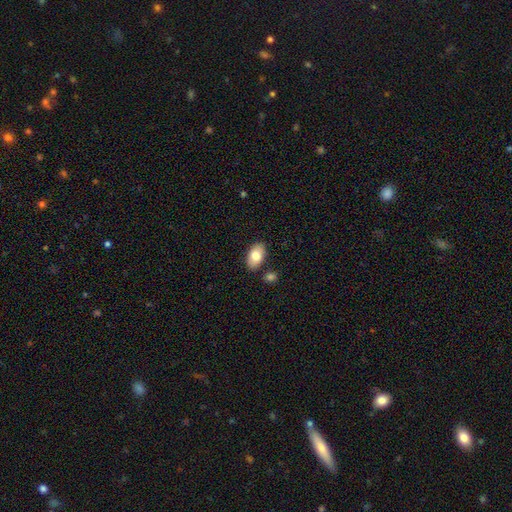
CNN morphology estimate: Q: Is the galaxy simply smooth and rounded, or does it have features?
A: smooth — 79%.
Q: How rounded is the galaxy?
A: in between — 93%.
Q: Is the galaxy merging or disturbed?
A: none — 83%.